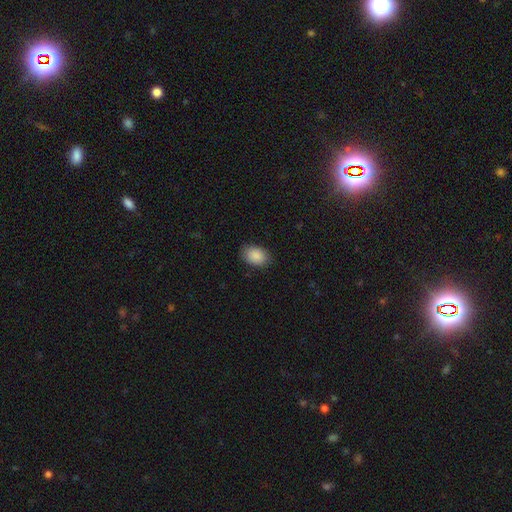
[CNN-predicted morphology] This appears to be a smooth galaxy with no disk features (89%) that is in between round and cigar-shaped (82%). Merging: none (84%).